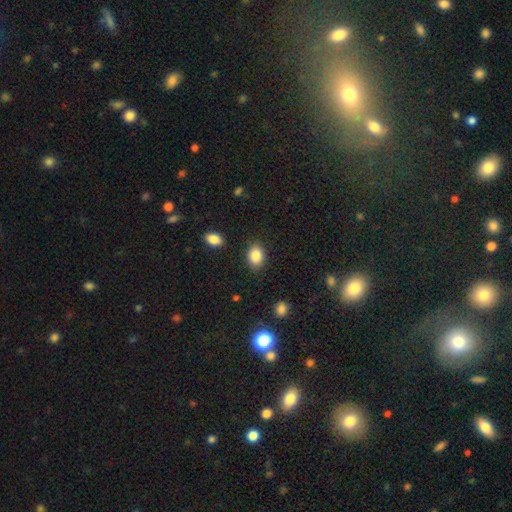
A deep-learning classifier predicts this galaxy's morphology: Smooth or featured? Predicted: smooth (p=0.86). How rounded? Predicted: in between (p=0.69). Merging? Predicted: none (p=0.86).